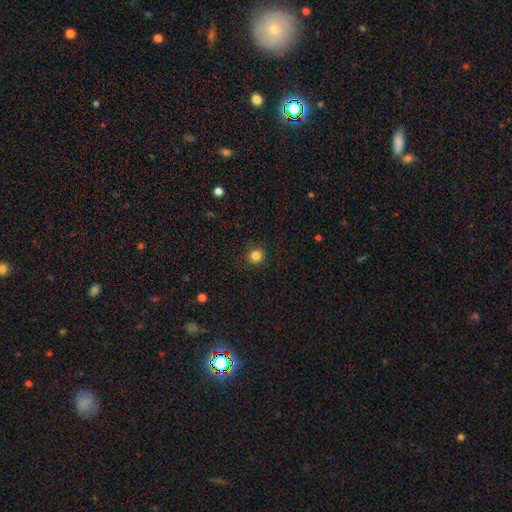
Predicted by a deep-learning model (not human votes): Smooth or featured? Predicted: smooth (p=0.84). How rounded? Predicted: round (p=0.92). Merging? Predicted: none (p=0.90).